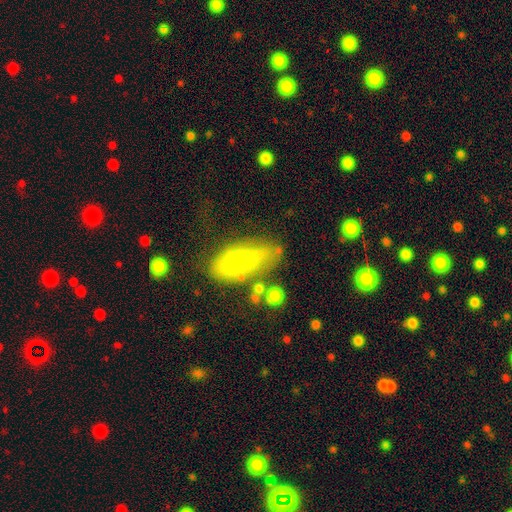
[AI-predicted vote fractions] This is likely a smooth galaxy (65%). How rounded: clearly in between (82%). Merging: possibly none (51%).